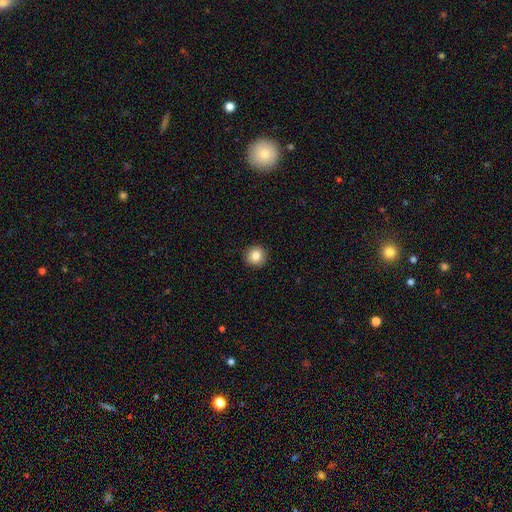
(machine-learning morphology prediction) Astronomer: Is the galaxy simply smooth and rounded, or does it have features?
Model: smooth — 85%.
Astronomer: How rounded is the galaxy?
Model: round — 94%.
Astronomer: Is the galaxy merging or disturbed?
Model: none — 92%.